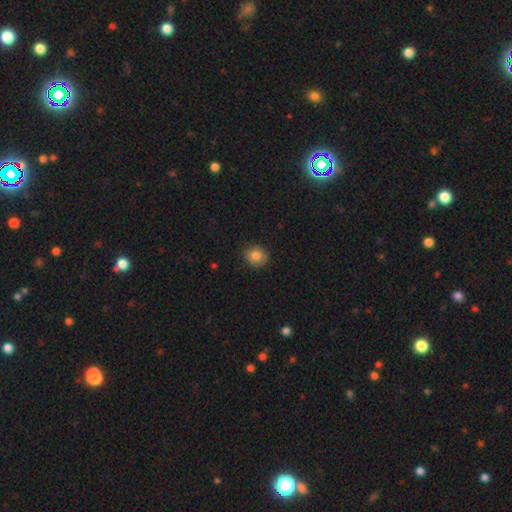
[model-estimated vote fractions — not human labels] This is clearly a smooth galaxy (83%). How rounded: clearly round (82%). Merging: clearly none (89%).